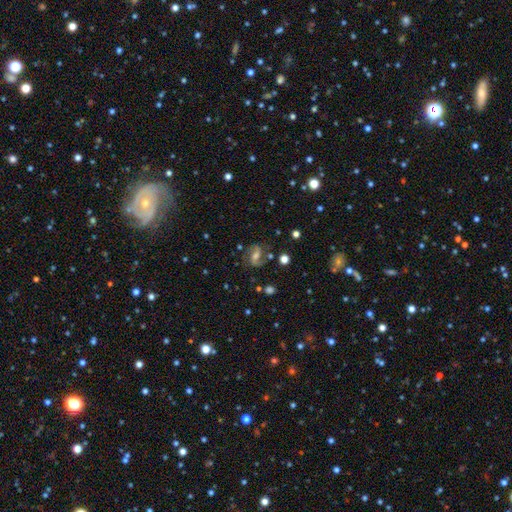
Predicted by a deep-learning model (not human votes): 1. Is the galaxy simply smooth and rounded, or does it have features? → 79% featured or disk, 11% smooth, 9% star or artifact.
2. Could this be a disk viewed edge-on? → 97% no, 3% yes.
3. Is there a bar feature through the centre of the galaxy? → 47% weak, 27% no, 26% strong.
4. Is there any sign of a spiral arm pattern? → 95% yes, 5% no.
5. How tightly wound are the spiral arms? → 52% medium, 31% loose, 17% tight.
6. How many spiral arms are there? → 90% 2, 4% can't tell, 3% 1, 1% 3, 1% 4, 1% more than 4.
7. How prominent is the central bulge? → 55% moderate, 32% small, 7% large, 5% none, 1% dominant.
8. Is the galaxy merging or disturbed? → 77% none, 14% minor disturbance, 7% major disturbance, 3% merger.